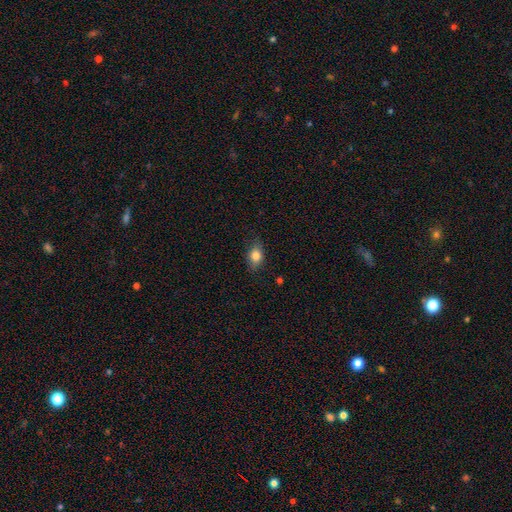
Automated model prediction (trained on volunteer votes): smooth-or-featured: smooth: 80% | featured or disk: 11% | star or artifact: 9%
  how-rounded: in between: 74% | round: 23% | cigar-shaped: 4%
  merging: none: 79% | minor disturbance: 17% | major disturbance: 3% | merger: 1%